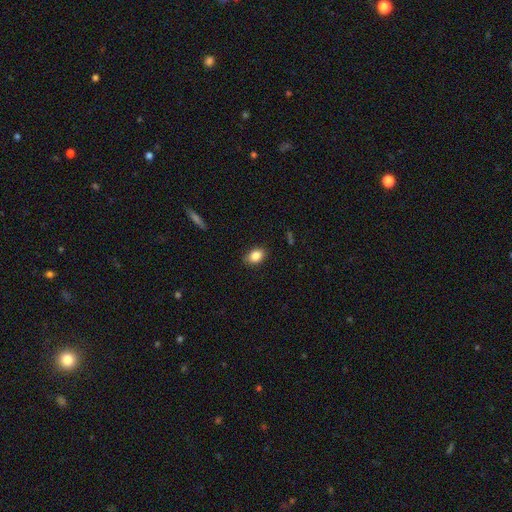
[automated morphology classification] A smooth galaxy with no disk features (85%) that is in between round and cigar-shaped (78%).

Vote fractions:
- Smooth or featured? smooth: 85% / star or artifact: 9% / featured or disk: 7%
- How rounded? in between: 78% / round: 20% / cigar-shaped: 2%
- Merging? none: 84% / minor disturbance: 13% / major disturbance: 2% / merger: 1%